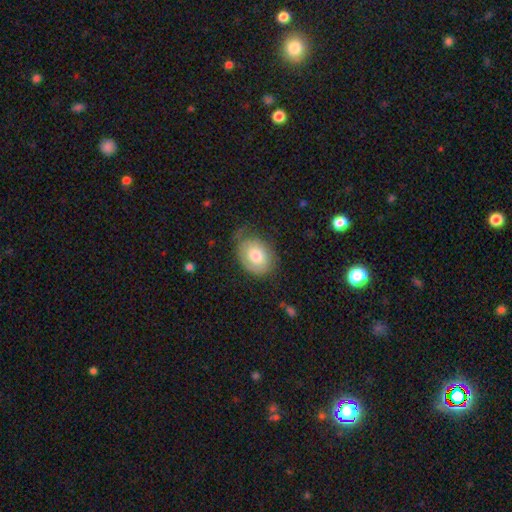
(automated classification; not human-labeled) smooth-or-featured: smooth: 63% | featured or disk: 30% | star or artifact: 7%
  how-rounded: in between: 68% | round: 31% | cigar-shaped: 1%
  merging: none: 59% | minor disturbance: 27% | major disturbance: 13% | merger: 2%